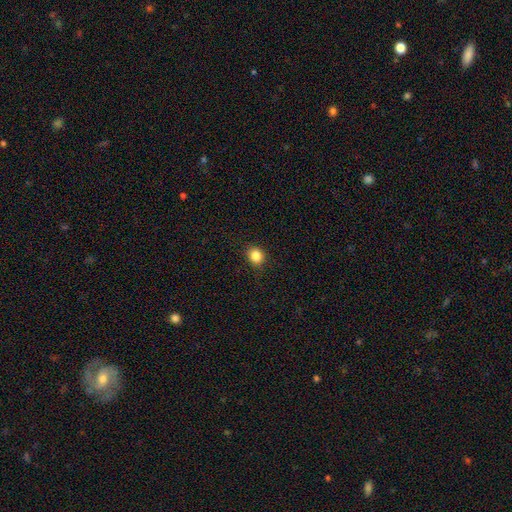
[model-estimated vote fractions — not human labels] Smooth or featured?
  - smooth: 85% *
  - star or artifact: 11%
  - featured or disk: 4%
How rounded?
  - round: 75% *
  - in between: 24%
  - cigar-shaped: 1%
Merging?
  - none: 88% *
  - minor disturbance: 9%
  - major disturbance: 2%
  - merger: 1%